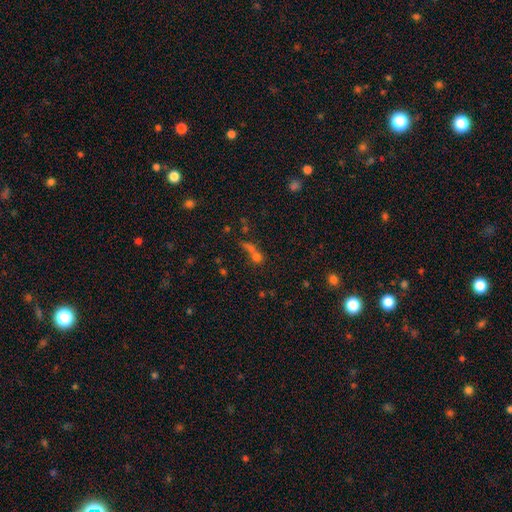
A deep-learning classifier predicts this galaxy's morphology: Smooth or featured?
  - smooth: 54% *
  - star or artifact: 31%
  - featured or disk: 15%
How rounded?
  - round: 73% *
  - in between: 21%
  - cigar-shaped: 6%
Merging?
  - merger: 43% *
  - none: 40%
  - major disturbance: 8%
  - minor disturbance: 8%